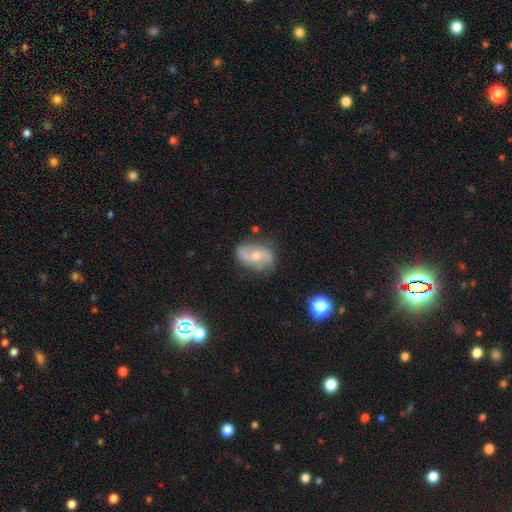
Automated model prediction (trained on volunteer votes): A featured or disk galaxy (76%) with no bar (51%), 2 (90%) loose (54%) spiral arms (91%) and a moderate central bulge (58%). Merging: none (75%).